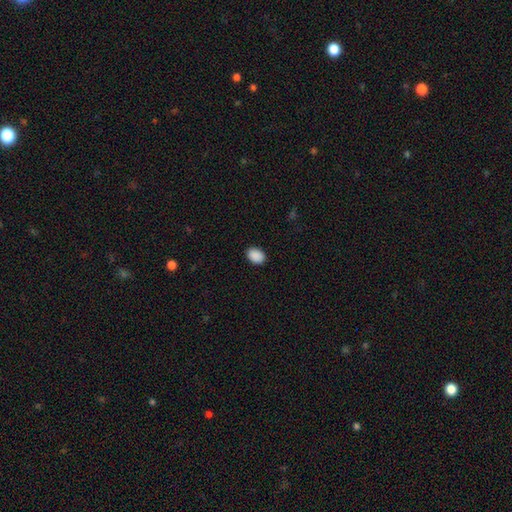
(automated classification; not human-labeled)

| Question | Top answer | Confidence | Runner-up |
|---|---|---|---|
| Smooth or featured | smooth | 90% | star or artifact (7%) |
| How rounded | in between | 77% | round (22%) |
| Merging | none | 89% | minor disturbance (8%) |